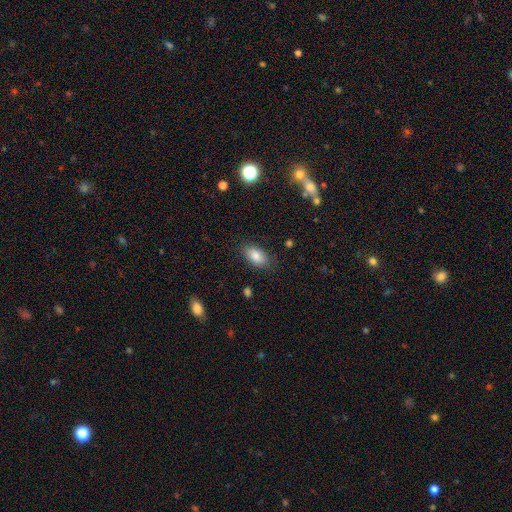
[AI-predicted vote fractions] Overall: smooth (84%). How rounded: in between (92%). Merging: none (83%).